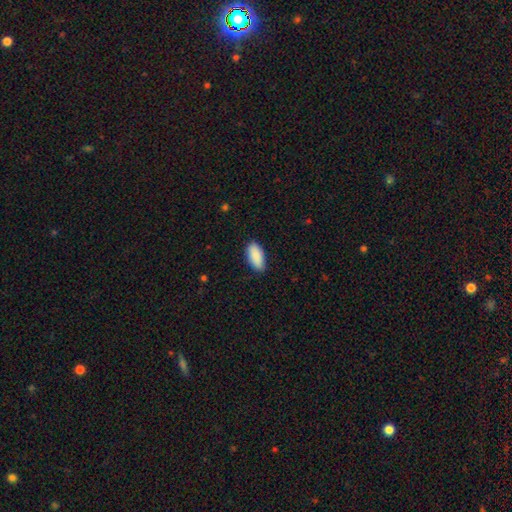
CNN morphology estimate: This appears to be a smooth galaxy with no disk features (90%) that is in between round and cigar-shaped (91%). Merging: none (86%).